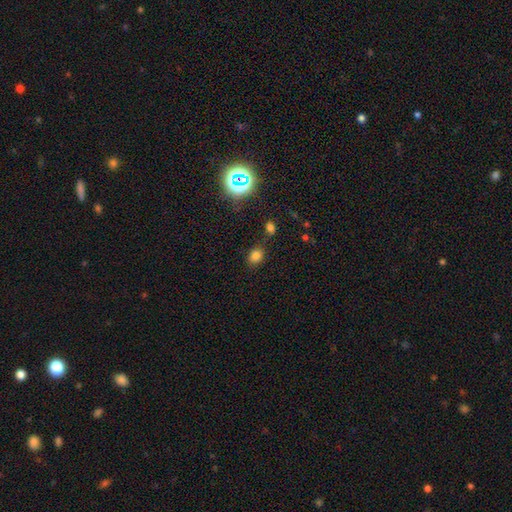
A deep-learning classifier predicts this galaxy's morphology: smooth 74%, star or artifact 20%, featured or disk 6%. Down the decision tree: how rounded — in between (55%); merging — none (74%).